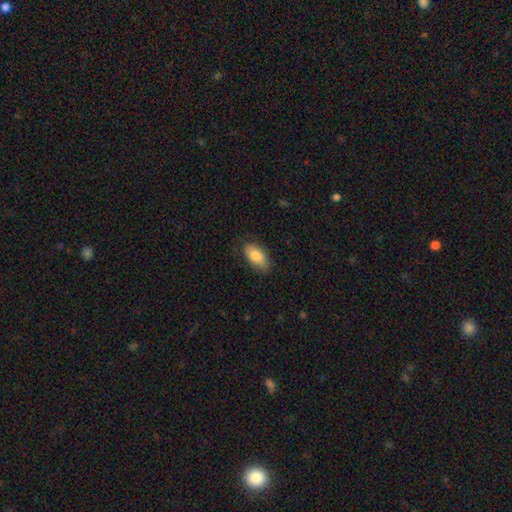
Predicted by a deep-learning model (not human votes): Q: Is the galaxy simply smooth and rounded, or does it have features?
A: smooth — 84%.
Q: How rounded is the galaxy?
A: in between — 92%.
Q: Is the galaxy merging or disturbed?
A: none — 80%.